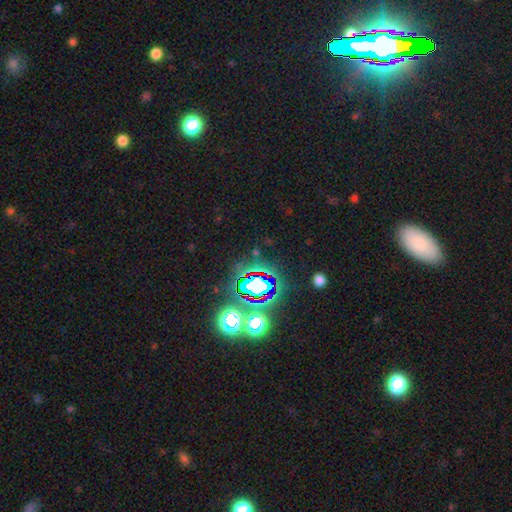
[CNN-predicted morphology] smooth_or_featured: star or artifact (p=0.72) [alt: smooth p=0.16]